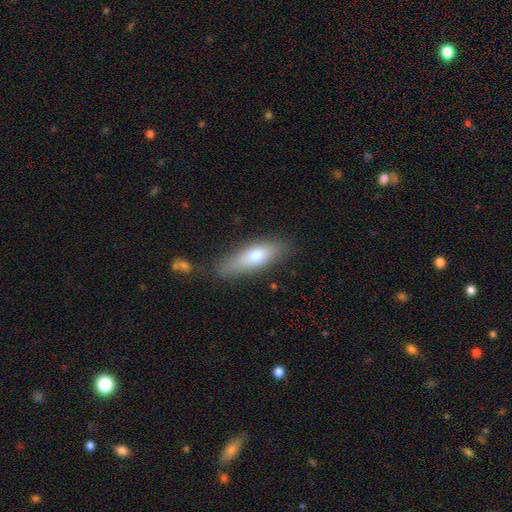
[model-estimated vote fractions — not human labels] The model was most divided on "how rounded": cigar-shaped: 50%, in between: 47%, round: 3%. More confident: merging — none (72%); smooth or featured — smooth (68%).